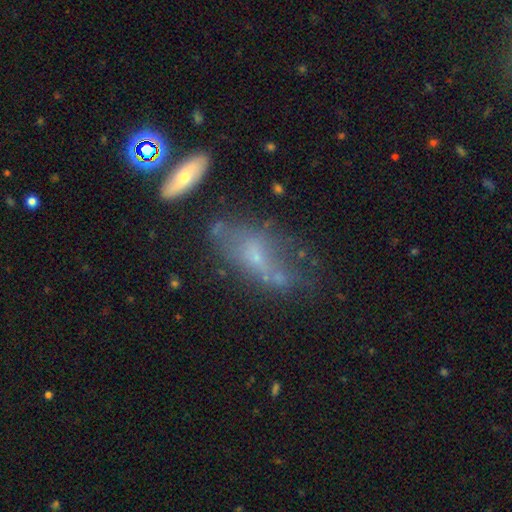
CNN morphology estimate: type=featured or disk (46%); merging=none (38%).